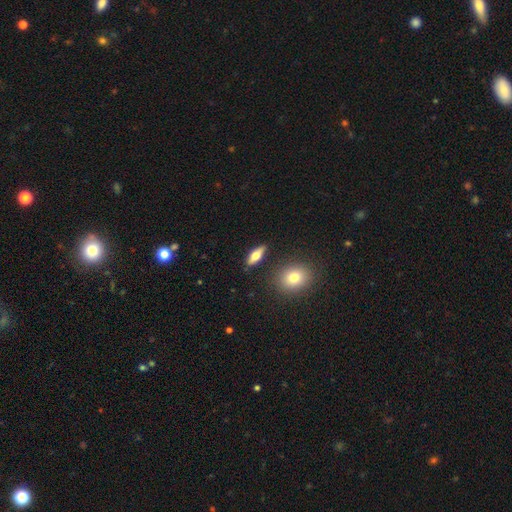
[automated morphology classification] This is possibly a smooth galaxy (58%). How rounded: likely in between (66%). Merging: clearly none (85%).